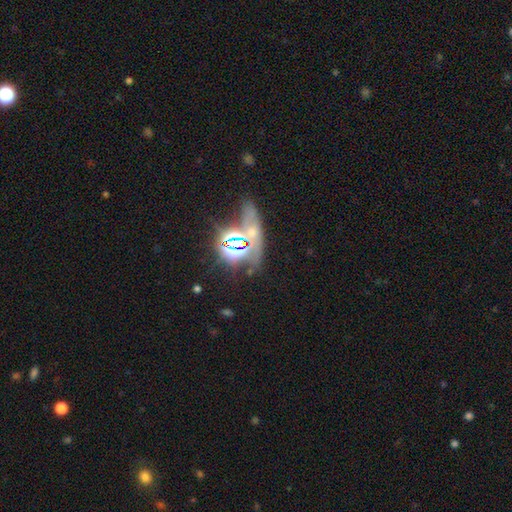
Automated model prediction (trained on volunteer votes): Smooth or featured?
  - star or artifact: 66% *
  - featured or disk: 18%
  - smooth: 16%